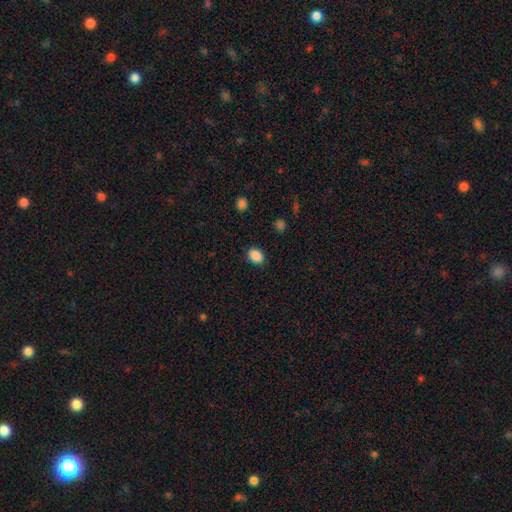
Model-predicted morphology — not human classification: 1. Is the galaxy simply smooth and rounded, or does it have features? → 88% smooth, 9% star or artifact, 3% featured or disk.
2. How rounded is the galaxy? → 65% in between, 34% round, 1% cigar-shaped.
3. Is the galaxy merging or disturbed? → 86% none, 10% minor disturbance, 3% major disturbance, 1% merger.